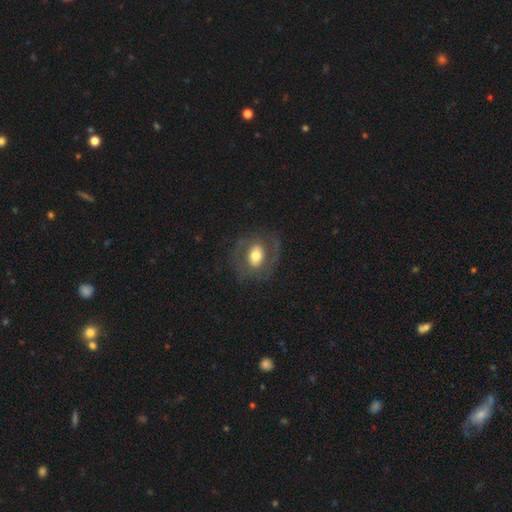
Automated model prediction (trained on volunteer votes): smooth-or-featured: featured or disk: 55% | smooth: 38% | star or artifact: 7%
  disk-edge-on: no: 94% | yes: 6%
    bar: no: 48% | weak: 32% | strong: 19%
    has-spiral-arms: yes: 53% | no: 47%
    bulge-size: moderate: 58% | large: 32% | small: 7% | dominant: 3% | none: 1%
  merging: none: 71% | minor disturbance: 16% | major disturbance: 12% | merger: 1%